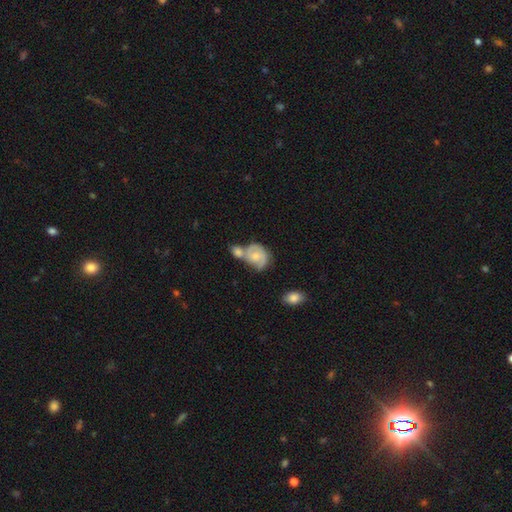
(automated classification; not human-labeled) smooth-or-featured: featured or disk: 56% | smooth: 37% | star or artifact: 7%
  disk-edge-on: no: 97% | yes: 3%
    bar: no: 72% | weak: 25% | strong: 4%
    has-spiral-arms: yes: 84% | no: 16%
    bulge-size: small: 48% | moderate: 41% | none: 7% | large: 3% | dominant: 1%
  merging: merger: 53% | none: 25% | minor disturbance: 14% | major disturbance: 8%